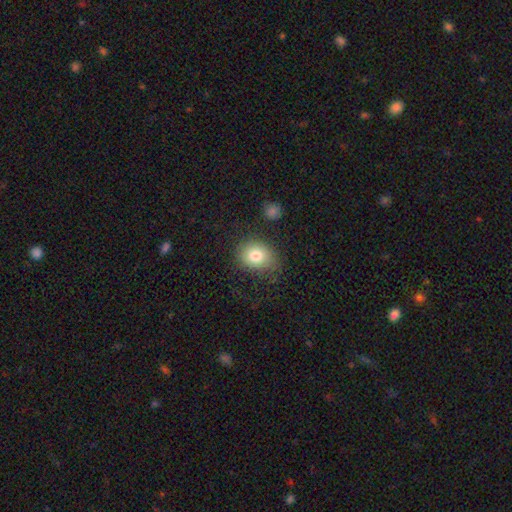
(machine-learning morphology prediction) Q: Smooth or featured?
A: smooth (79%); runner-up: star or artifact (11%)
Q: How rounded?
A: round (58%); runner-up: in between (42%)
Q: Merging?
A: none (69%); runner-up: minor disturbance (20%)